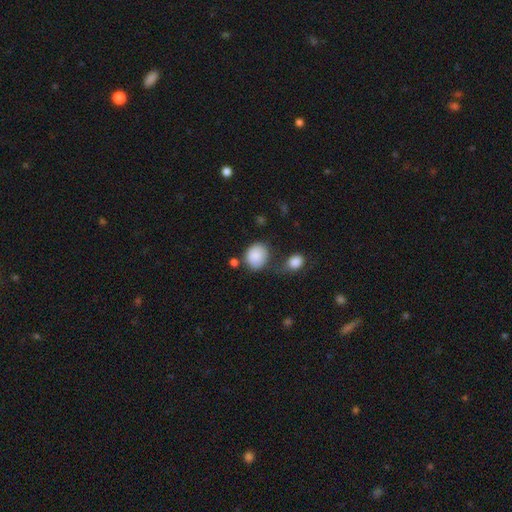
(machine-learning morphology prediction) smooth 87%, star or artifact 7%, featured or disk 6%. Down the decision tree: how rounded — round (59%); merging — none (57%).